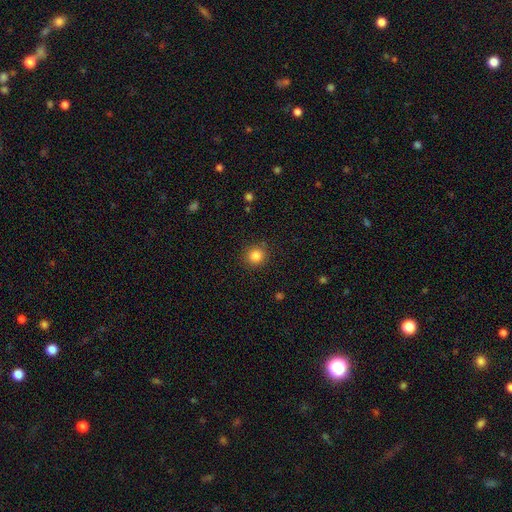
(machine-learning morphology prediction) smooth_or_featured: smooth (p=0.85) [alt: star or artifact p=0.11]
how_rounded: round (p=0.88) [alt: in between p=0.11]
merging: none (p=0.87) [alt: minor disturbance p=0.09]